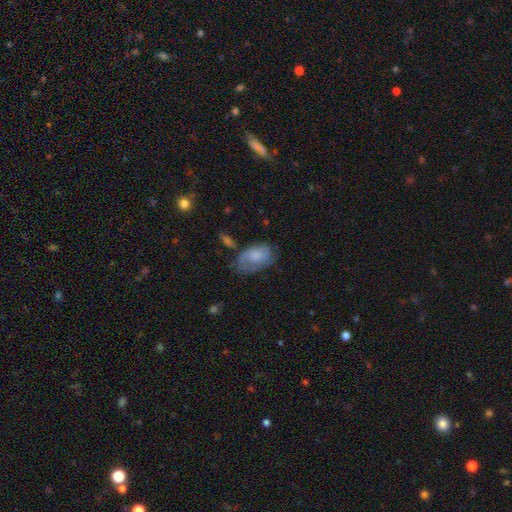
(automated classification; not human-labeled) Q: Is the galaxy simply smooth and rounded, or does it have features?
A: smooth — 47%.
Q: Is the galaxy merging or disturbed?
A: none — 53%.